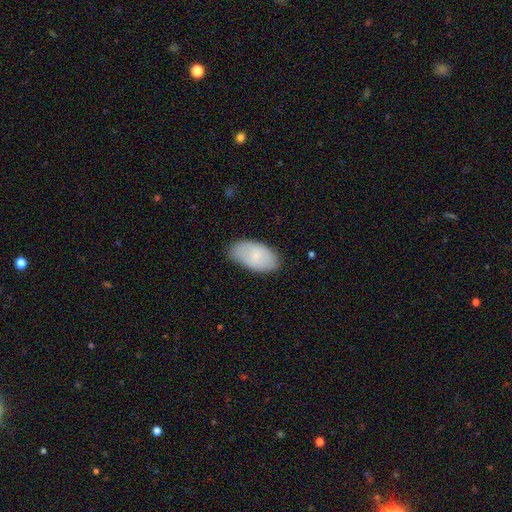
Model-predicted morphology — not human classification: Smooth or featured?
  - smooth: 76% *
  - featured or disk: 18%
  - star or artifact: 6%
How rounded?
  - in between: 95% *
  - round: 3%
  - cigar-shaped: 2%
Merging?
  - none: 76% *
  - minor disturbance: 19%
  - major disturbance: 3%
  - merger: 1%